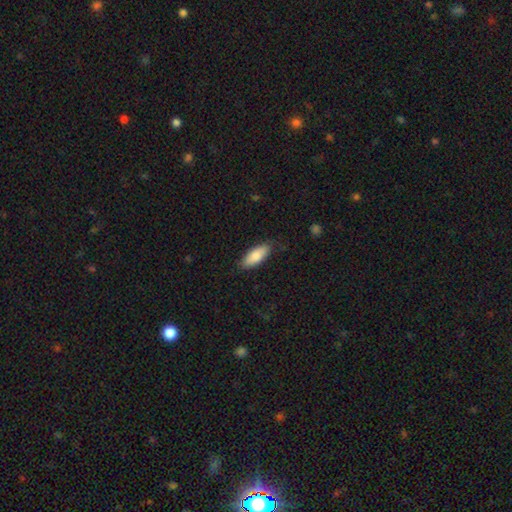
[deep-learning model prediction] smooth 82%, featured or disk 12%, star or artifact 6%. Down the decision tree: how rounded — in between (77%); merging — none (80%).